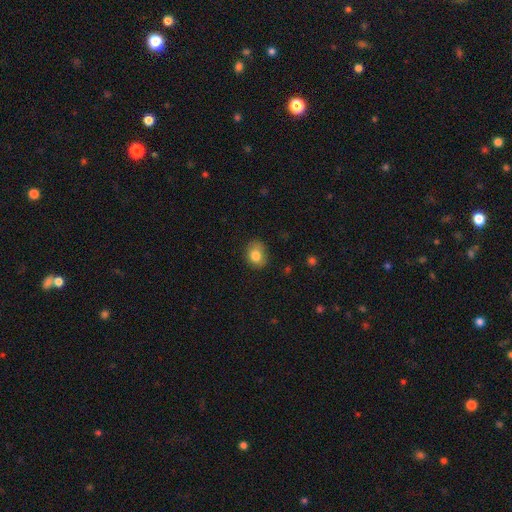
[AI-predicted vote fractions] The model was most divided on "how rounded": round: 50%, in between: 49%, cigar-shaped: 1%. More confident: smooth or featured — smooth (81%); merging — none (77%).